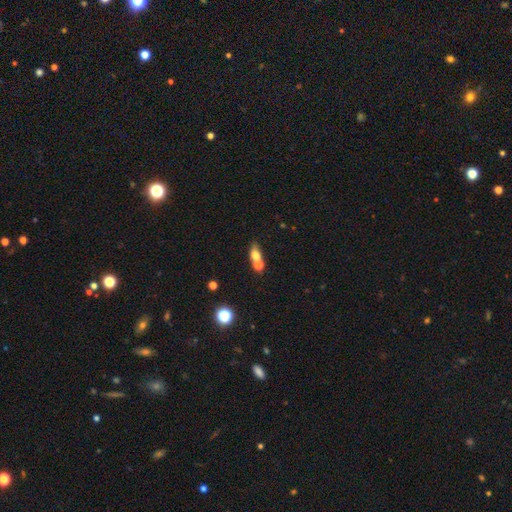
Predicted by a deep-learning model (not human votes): smooth_or_featured: smooth (p=0.71) [alt: featured or disk p=0.17]
how_rounded: in between (p=0.62) [alt: round p=0.29]
merging: merger (p=0.53) [alt: none p=0.34]